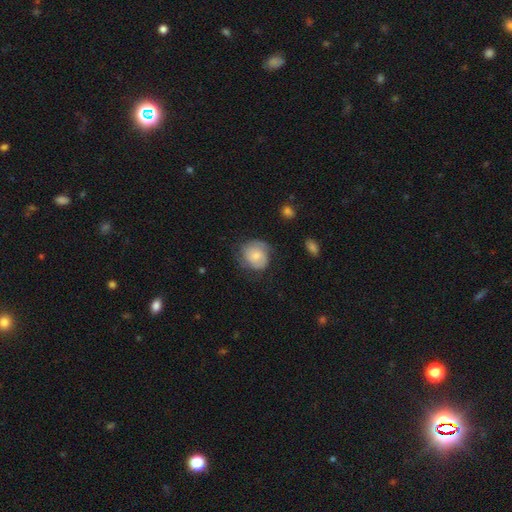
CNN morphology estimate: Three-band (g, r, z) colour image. It shows a smooth galaxy with no disk features (57%) that is round (74%). Merging: none (59%).